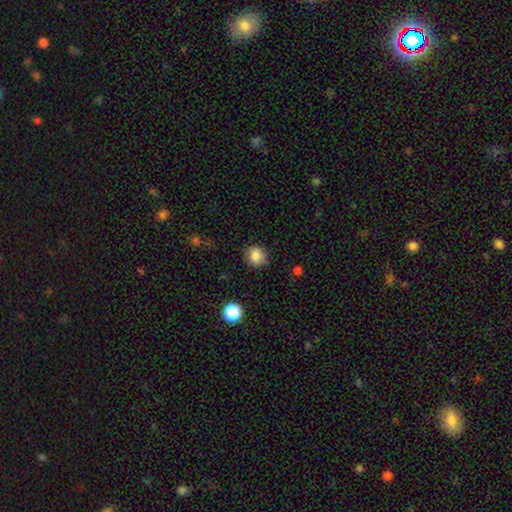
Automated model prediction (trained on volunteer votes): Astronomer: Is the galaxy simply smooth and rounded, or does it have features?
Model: smooth — 85%.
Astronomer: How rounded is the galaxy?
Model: round — 83%.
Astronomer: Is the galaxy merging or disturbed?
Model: none — 83%.